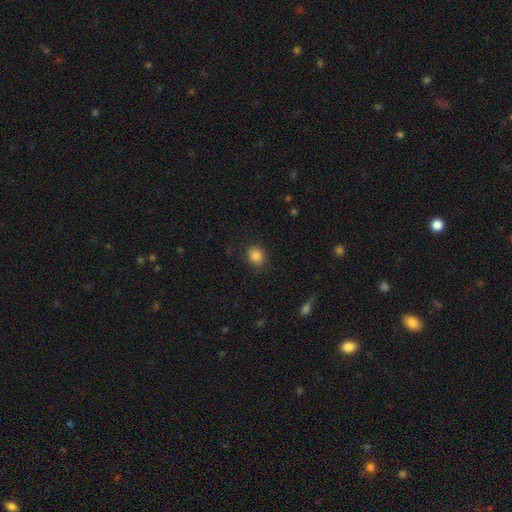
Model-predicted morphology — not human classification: smooth_or_featured: smooth (p=0.86) [alt: star or artifact p=0.10]
how_rounded: round (p=0.72) [alt: in between p=0.27]
merging: none (p=0.82) [alt: minor disturbance p=0.13]